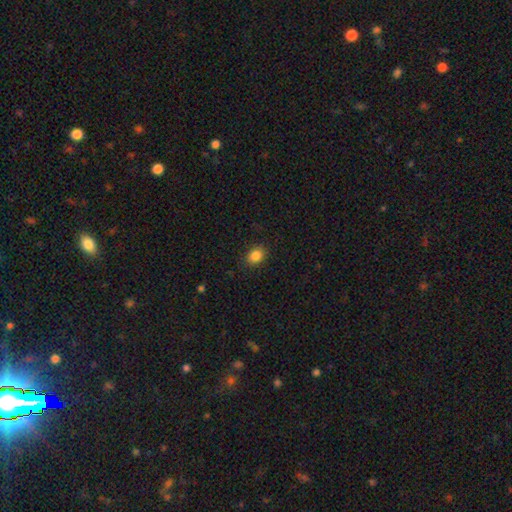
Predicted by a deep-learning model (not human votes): Smooth or featured? Predicted: smooth (p=0.85). How rounded? Predicted: in between (p=0.56). Merging? Predicted: none (p=0.88).